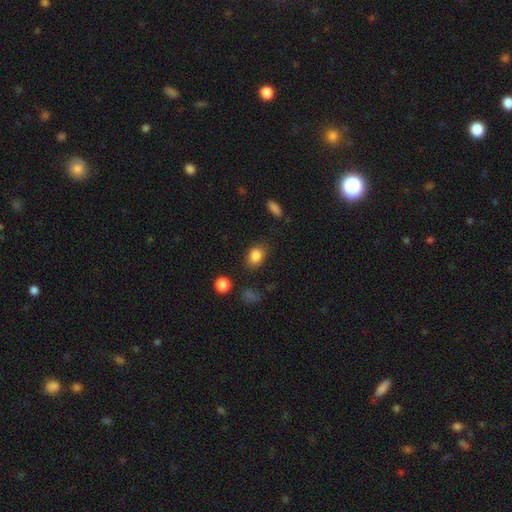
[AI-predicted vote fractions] A smooth galaxy with no disk features (84%) that is in between round and cigar-shaped (66%). Merging: none (77%).